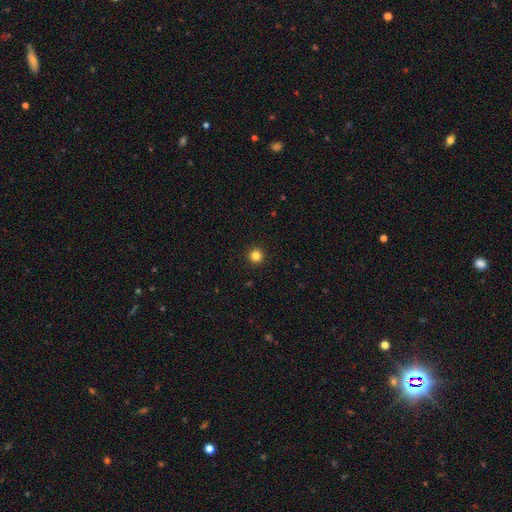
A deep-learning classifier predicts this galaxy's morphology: type=smooth (83%); roundness=round (96%); merging=none (94%).